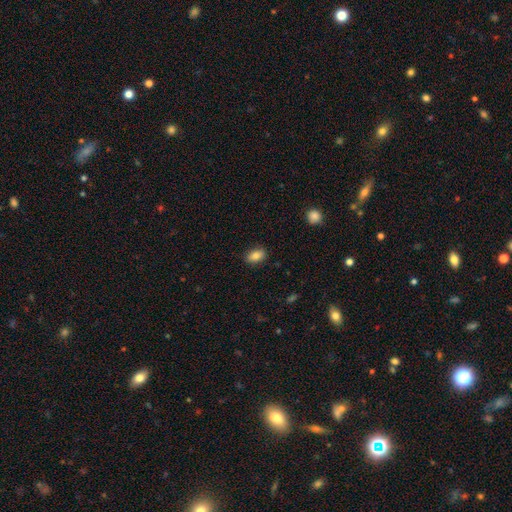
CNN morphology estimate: Smooth or featured?
  - smooth: 82% *
  - featured or disk: 9%
  - star or artifact: 8%
How rounded?
  - in between: 87% *
  - round: 10%
  - cigar-shaped: 2%
Merging?
  - none: 87% *
  - minor disturbance: 9%
  - major disturbance: 2%
  - merger: 1%